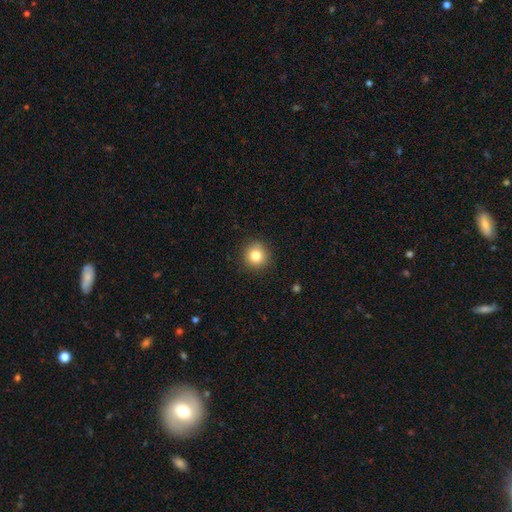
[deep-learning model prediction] The model was most divided on "smooth or featured": smooth: 81%, star or artifact: 11%, featured or disk: 8%. More confident: how rounded — round (93%); merging — none (91%).